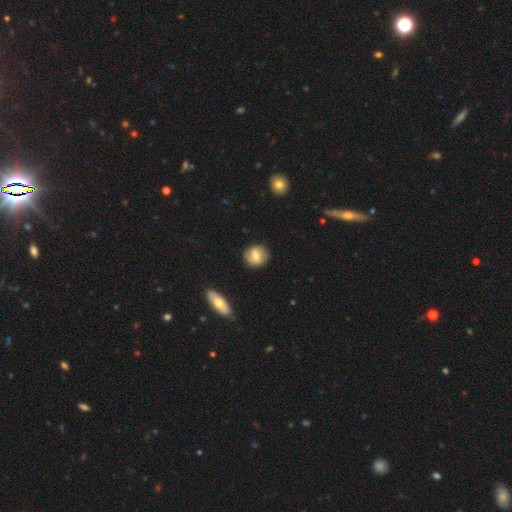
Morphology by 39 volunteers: smooth 69%, featured or disk 28%, star or artifact 3%. Down the decision tree: how rounded — round (56%); merging — none (79%).